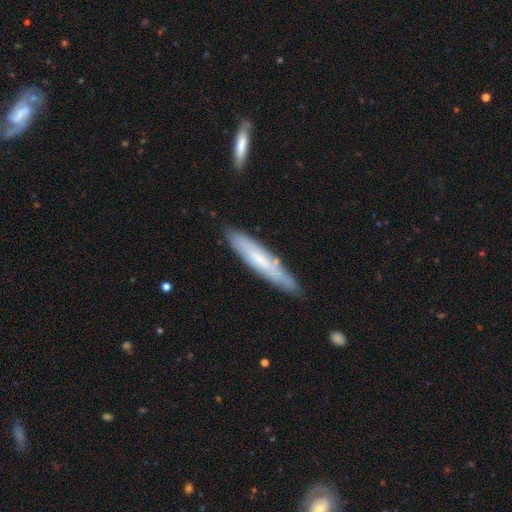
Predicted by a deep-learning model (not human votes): A smooth galaxy with no disk features (52%) that is cigar-shaped (90%).

Vote fractions:
- Smooth or featured? smooth: 52% / featured or disk: 41% / star or artifact: 7%
- How rounded? cigar-shaped: 90% / in between: 9% / round: 1%
- Merging? none: 81% / minor disturbance: 15% / major disturbance: 2% / merger: 2%